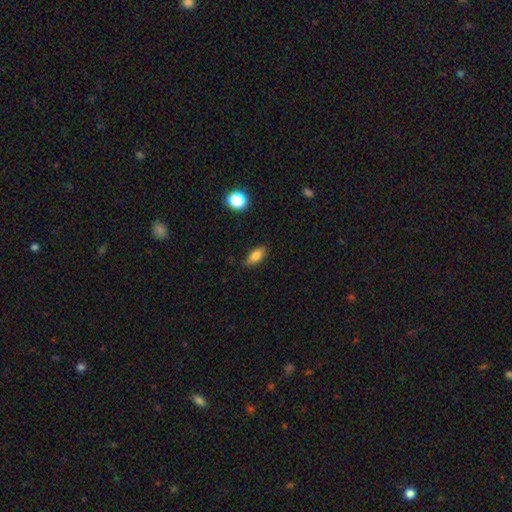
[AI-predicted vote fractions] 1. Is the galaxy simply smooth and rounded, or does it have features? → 80% smooth, 11% featured or disk, 9% star or artifact.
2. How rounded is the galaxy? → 83% in between, 12% cigar-shaped, 5% round.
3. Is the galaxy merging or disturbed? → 79% none, 16% minor disturbance, 3% major disturbance, 2% merger.